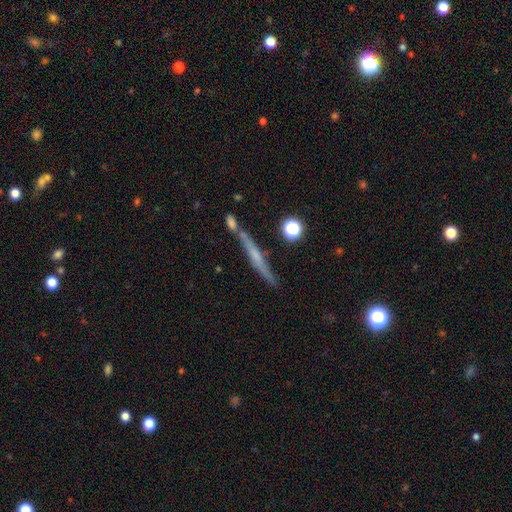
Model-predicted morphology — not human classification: Smooth or featured? Predicted: featured or disk (p=0.56). Edge-on disk? Predicted: yes (p=0.94). Edge-on bulge? Predicted: none (p=0.53). Merging? Predicted: none (p=0.76).